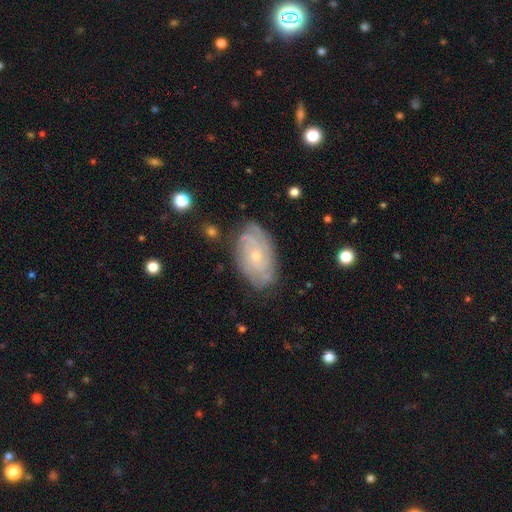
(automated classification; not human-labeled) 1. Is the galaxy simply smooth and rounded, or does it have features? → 78% featured or disk, 15% smooth, 7% star or artifact.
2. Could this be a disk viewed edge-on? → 95% no, 5% yes.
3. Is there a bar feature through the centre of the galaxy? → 78% no, 19% weak, 3% strong.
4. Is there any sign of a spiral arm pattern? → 92% yes, 8% no.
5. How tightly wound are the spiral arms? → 70% tight, 24% medium, 6% loose.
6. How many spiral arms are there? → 41% can't tell, 19% 2, 17% 3, 12% 4, 5% more than 4, 5% 1.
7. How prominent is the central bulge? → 73% small, 24% moderate, 2% none, 1% large, 1% dominant.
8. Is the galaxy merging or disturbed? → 77% none, 17% minor disturbance, 5% major disturbance, 2% merger.